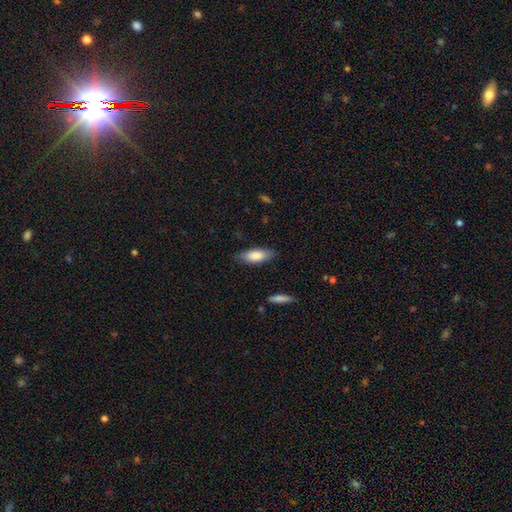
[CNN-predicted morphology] Overall: smooth (80%). How rounded: in between (69%; cigar-shaped 30%). Merging: none (82%).